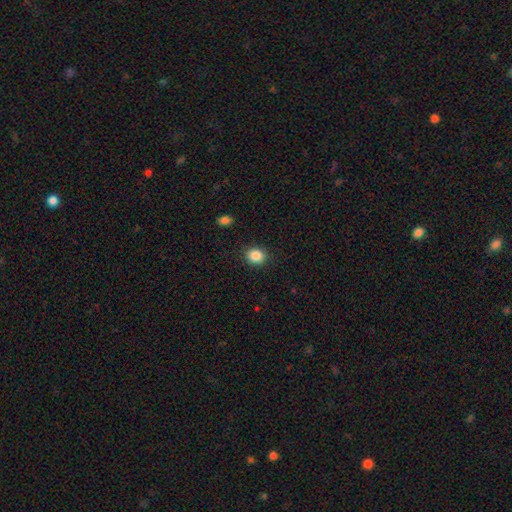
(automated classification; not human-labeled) smooth-or-featured: smooth: 86% | star or artifact: 10% | featured or disk: 4%
  how-rounded: round: 68% | in between: 31% | cigar-shaped: 1%
  merging: none: 90% | minor disturbance: 7% | major disturbance: 2% | merger: 1%